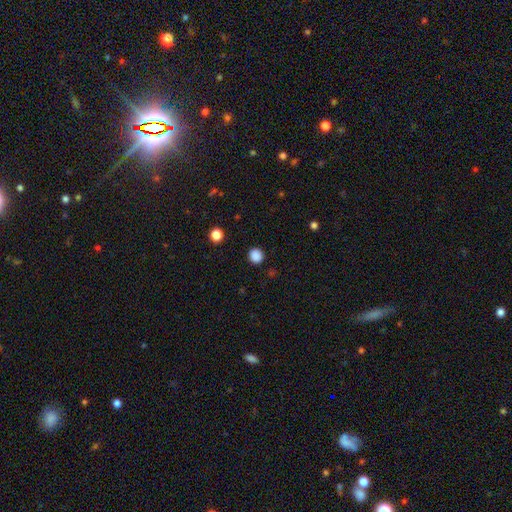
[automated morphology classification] Q: Smooth or featured?
A: smooth (86%); runner-up: star or artifact (12%)
Q: How rounded?
A: round (91%); runner-up: in between (8%)
Q: Merging?
A: none (91%); runner-up: minor disturbance (6%)